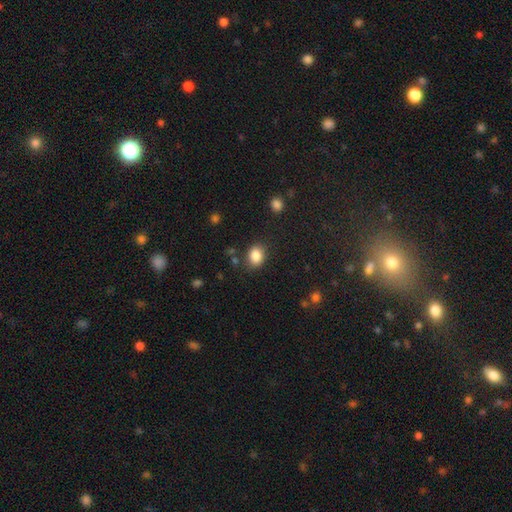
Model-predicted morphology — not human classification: smooth_or_featured: smooth (p=0.86) [alt: star or artifact p=0.09]
how_rounded: in between (p=0.57) [alt: round p=0.42]
merging: none (p=0.81) [alt: minor disturbance p=0.12]